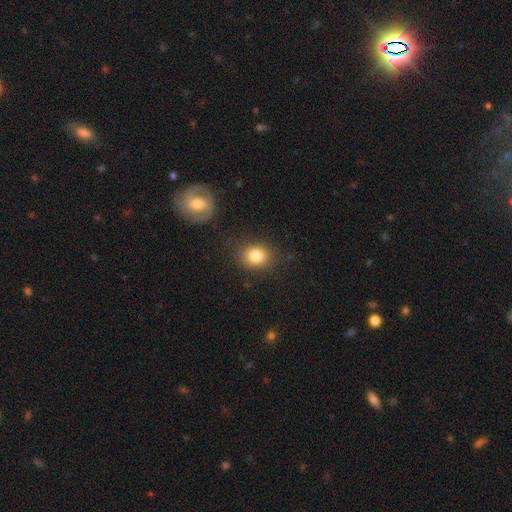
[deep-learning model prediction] This appears to be a smooth galaxy with no disk features (82%) that is round (56%). Merging: none (83%).